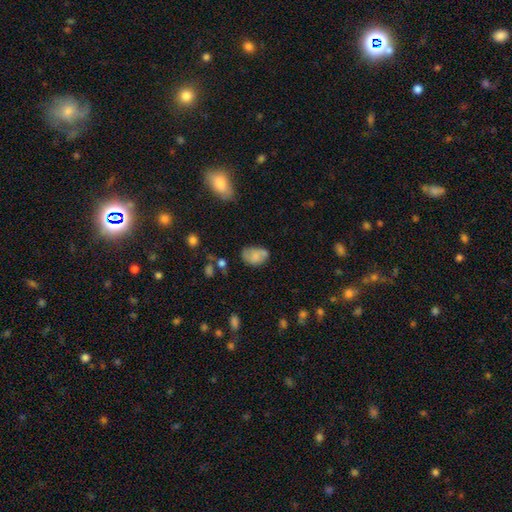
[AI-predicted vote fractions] Smooth or featured? Predicted: smooth (p=0.73). How rounded? Predicted: in between (p=0.83). Merging? Predicted: none (p=0.51).